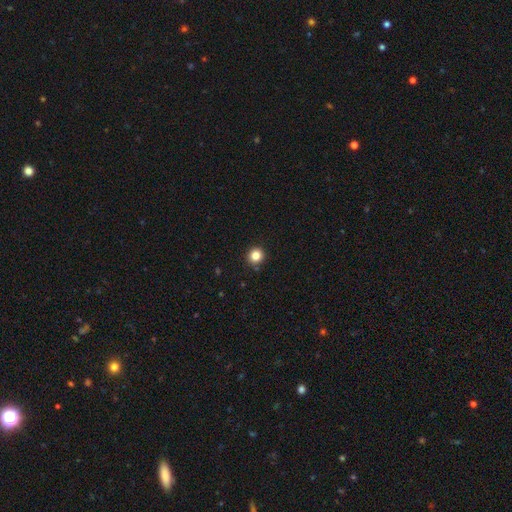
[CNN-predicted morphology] A smooth galaxy with no disk features (83%) that is round (94%). Merging: none (92%).